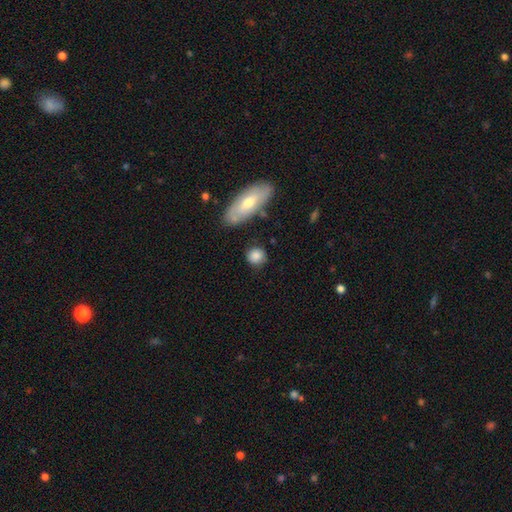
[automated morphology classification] smooth 82%, featured or disk 10%, star or artifact 8%. Down the decision tree: how rounded — round (81%); merging — none (77%).